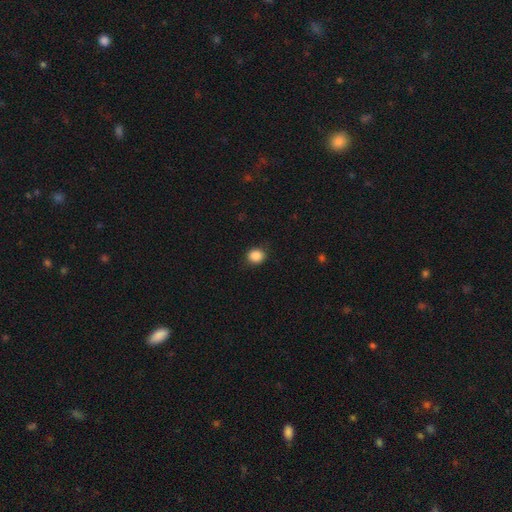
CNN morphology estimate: This is clearly a smooth galaxy (87%). How rounded: likely round (75%). Merging: clearly none (87%).